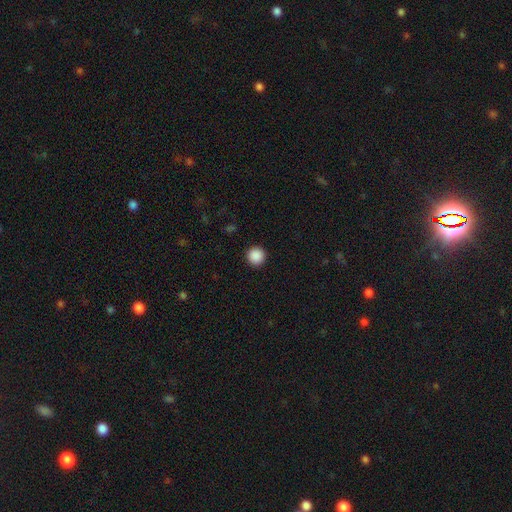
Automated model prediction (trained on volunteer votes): This is clearly a smooth galaxy (89%). How rounded: clearly round (96%). Merging: clearly none (93%).